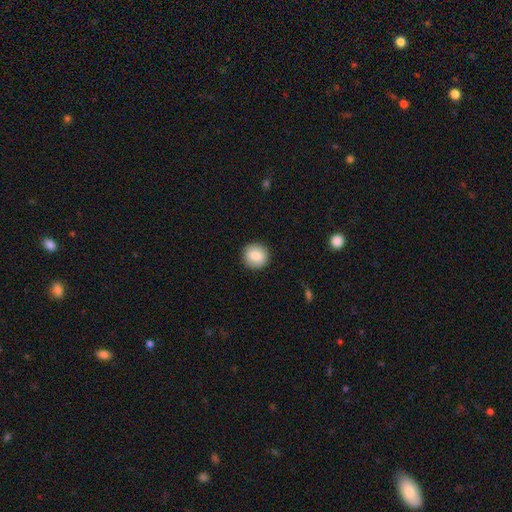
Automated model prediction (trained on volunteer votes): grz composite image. It shows a smooth galaxy with no disk features (84%) that is round (92%). Merging: none (91%).